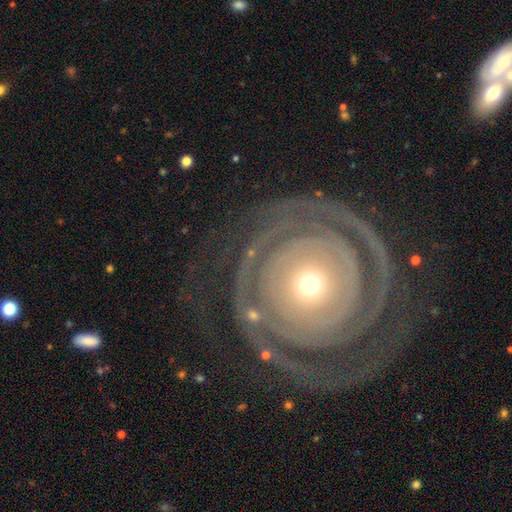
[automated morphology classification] Q: Smooth or featured?
A: featured or disk (85%); runner-up: smooth (9%)
Q: Edge-on disk?
A: no (96%); runner-up: yes (4%)
Q: Bar?
A: no (84%); runner-up: weak (9%)
Q: Spiral arms?
A: yes (91%); runner-up: no (9%)
Q: Spiral winding?
A: tight (87%); runner-up: medium (9%)
Q: Spiral arm count?
A: 2 (32%); runner-up: can't tell (27%)
Q: Bulge size?
A: small (55%); runner-up: moderate (39%)
Q: Merging?
A: none (76%); runner-up: minor disturbance (12%)